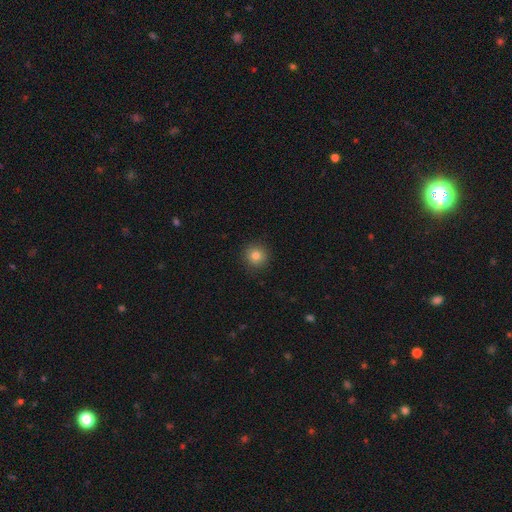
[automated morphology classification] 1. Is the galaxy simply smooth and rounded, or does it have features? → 81% smooth, 12% star or artifact, 7% featured or disk.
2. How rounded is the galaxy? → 94% round, 5% in between, 1% cigar-shaped.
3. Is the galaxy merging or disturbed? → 91% none, 6% minor disturbance, 2% major disturbance, 1% merger.